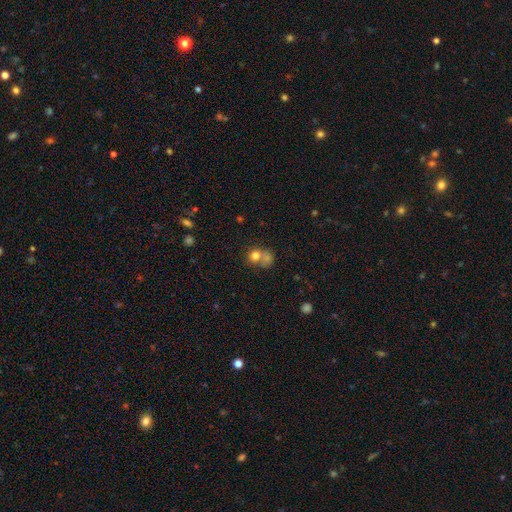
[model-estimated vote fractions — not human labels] Smooth or featured: smooth — 75% (featured or disk — 13%)
How rounded: round — 72% (in between — 27%)
Merging: merger — 53% (none — 32%)